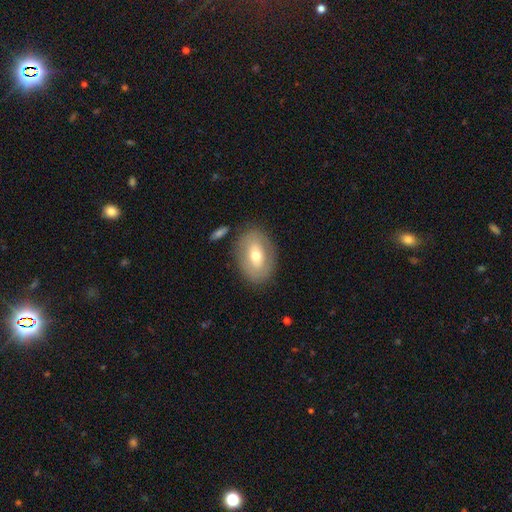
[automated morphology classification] smooth 49%, featured or disk 44%, star or artifact 7%. Down the decision tree: merging — none (81%).